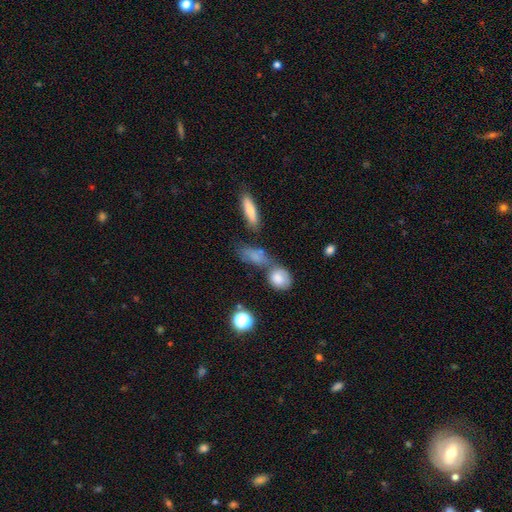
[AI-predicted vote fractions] Smooth or featured? smooth (71%)
How rounded? in between (63%)
Merging? none (38%)